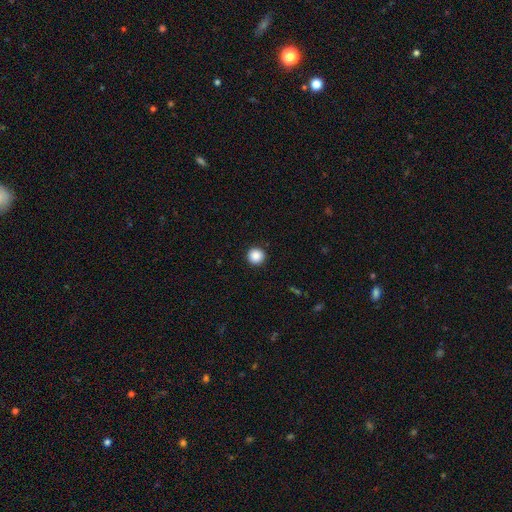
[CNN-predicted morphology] Smooth or featured? Predicted: smooth (p=0.88). How rounded? Predicted: round (p=0.96). Merging? Predicted: none (p=0.93).